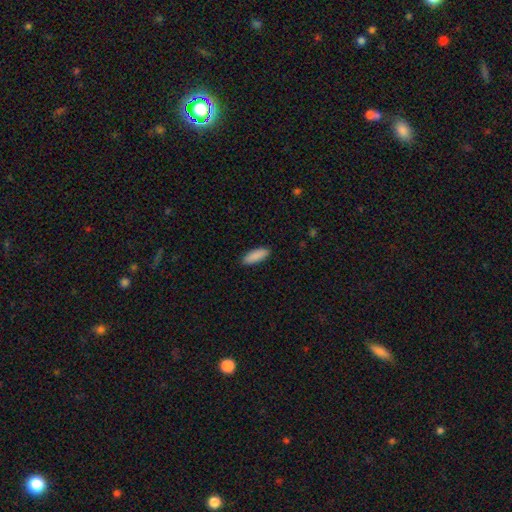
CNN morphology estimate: smooth_or_featured: smooth (p=0.90) [alt: star or artifact p=0.06]
how_rounded: in between (p=0.62) [alt: cigar-shaped p=0.37]
merging: none (p=0.89) [alt: minor disturbance p=0.08]